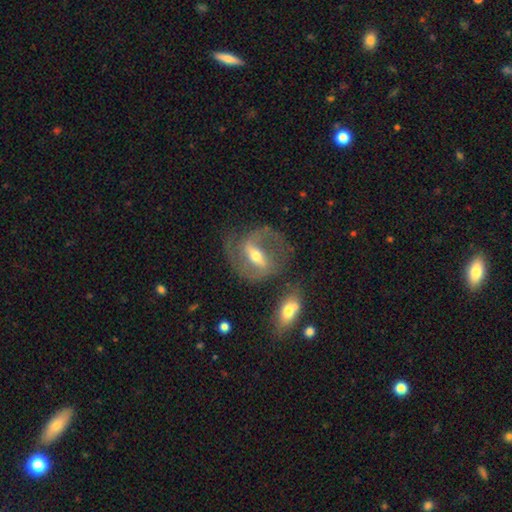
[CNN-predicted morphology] featured or disk 85%, smooth 8%, star or artifact 6%. Down the decision tree: edge-on disk — no (95%); bar — strong (55%); spiral arms — yes (93%); spiral arm count — 2 (83%); spiral winding — medium (53%); bulge size — moderate (60%); merging — none (68%).